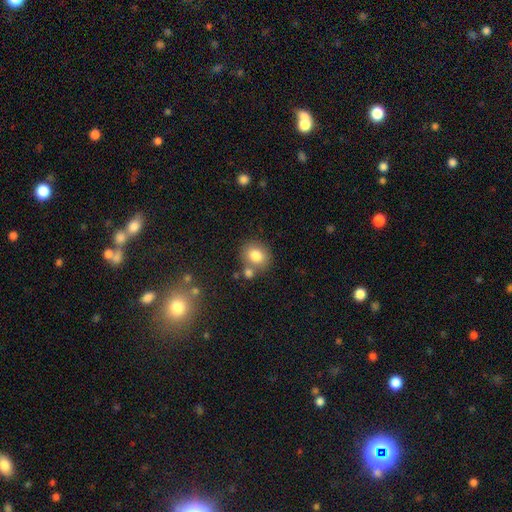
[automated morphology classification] smooth 81%, star or artifact 10%, featured or disk 10%. Down the decision tree: how rounded — round (66%); merging — none (66%).